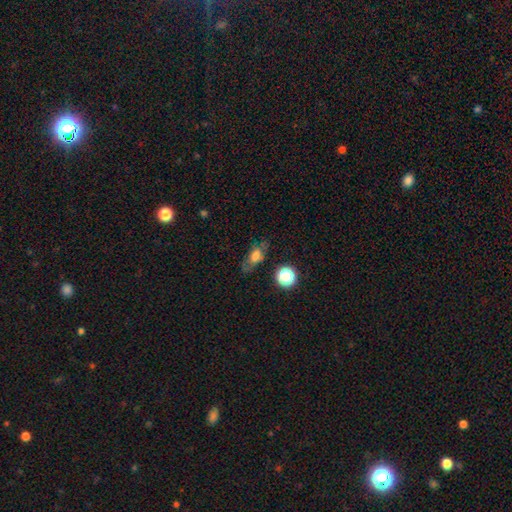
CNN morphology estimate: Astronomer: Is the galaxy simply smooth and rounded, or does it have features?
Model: smooth — 61%.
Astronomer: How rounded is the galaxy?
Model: in between — 69%.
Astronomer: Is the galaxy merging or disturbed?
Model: none — 63%.